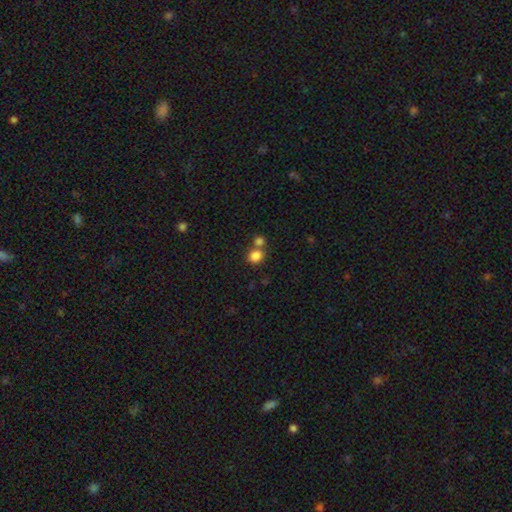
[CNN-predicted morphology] A smooth galaxy with no disk features (84%) that is round (64%). Merging: none (52%).